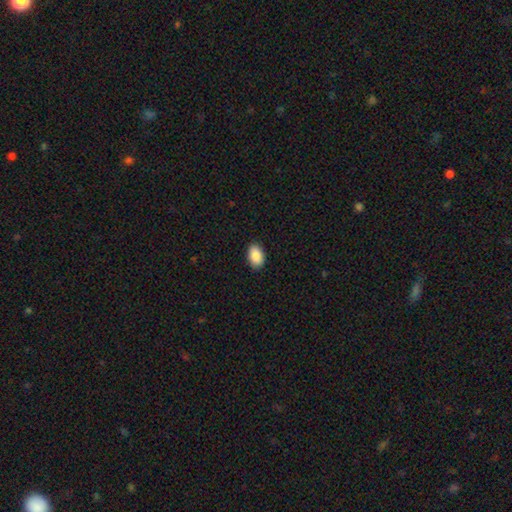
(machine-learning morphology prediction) Smooth or featured? smooth (89%)
How rounded? in between (91%)
Merging? none (89%)